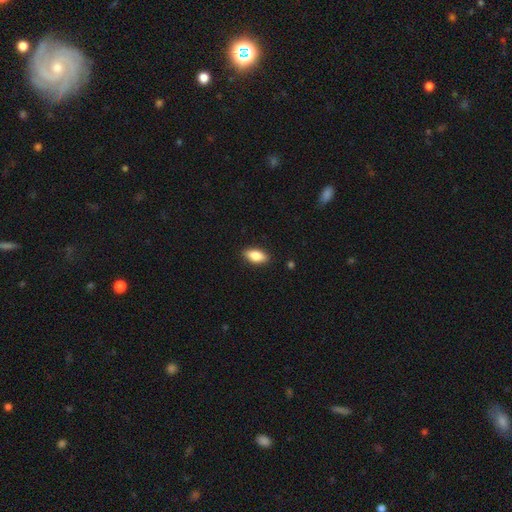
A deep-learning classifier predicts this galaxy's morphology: The model was most divided on "smooth or featured": smooth: 83%, featured or disk: 10%, star or artifact: 7%. More confident: merging — none (88%); how rounded — in between (88%).